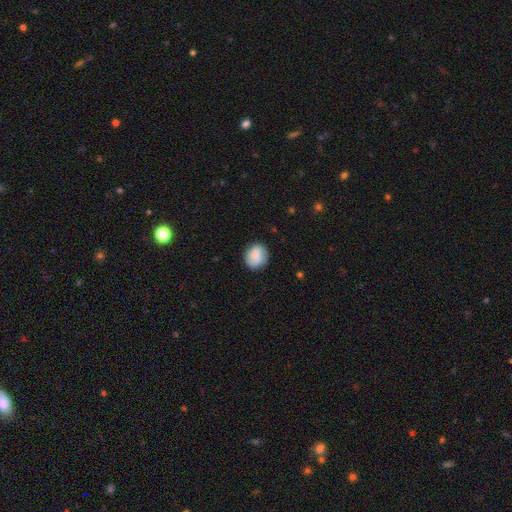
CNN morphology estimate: smooth 82%, featured or disk 10%, star or artifact 7%. Down the decision tree: how rounded — round (67%); merging — none (83%).